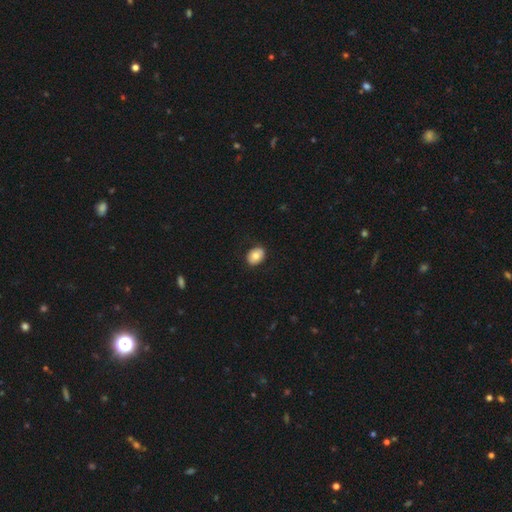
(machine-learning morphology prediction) This appears to be a smooth galaxy with no disk features (77%) that is in between round and cigar-shaped (69%). Merging: none (88%).